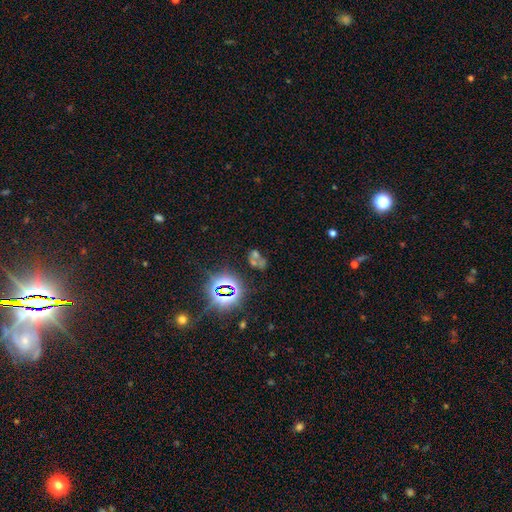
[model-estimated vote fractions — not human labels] smooth_or_featured: star or artifact (p=0.58) [alt: smooth p=0.26]